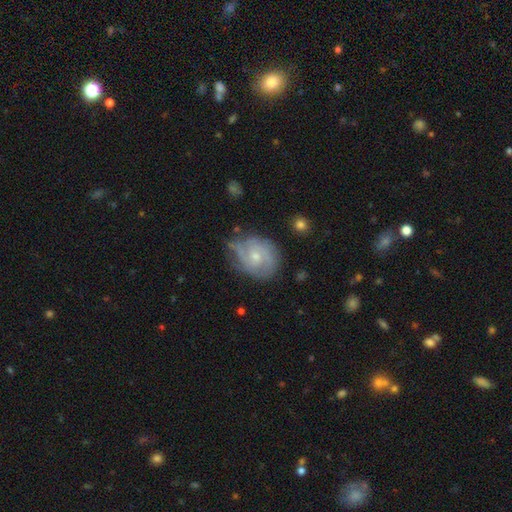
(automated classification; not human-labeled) Overall: featured or disk (76%). Edge-on disk: no (97%). Bar: no (68%; weak 29%). Spiral arms: yes (91%). Spiral arm count: 2 (40%; can't tell 28%). Spiral winding: tight (52%; medium 37%). Bulge size: small (62%; moderate 34%). Merging: none (58%; minor disturbance 28%).